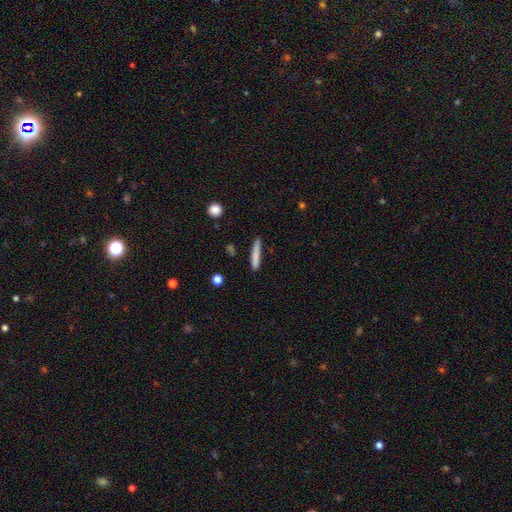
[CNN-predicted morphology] This appears to be a smooth galaxy with no disk features (80%) that is cigar-shaped (93%). Merging: none (84%).